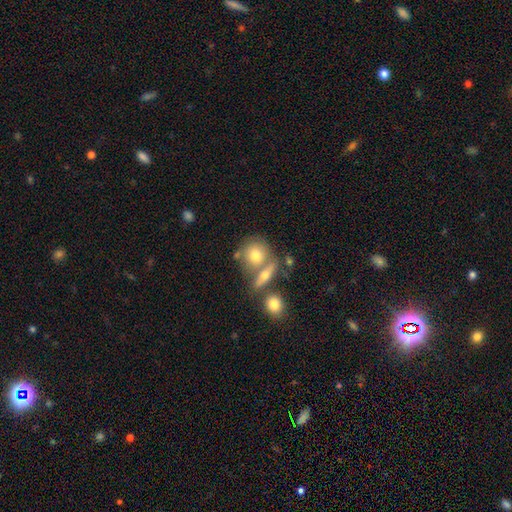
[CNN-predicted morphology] Smooth or featured? smooth (70%)
How rounded? round (75%)
Merging? none (48%)